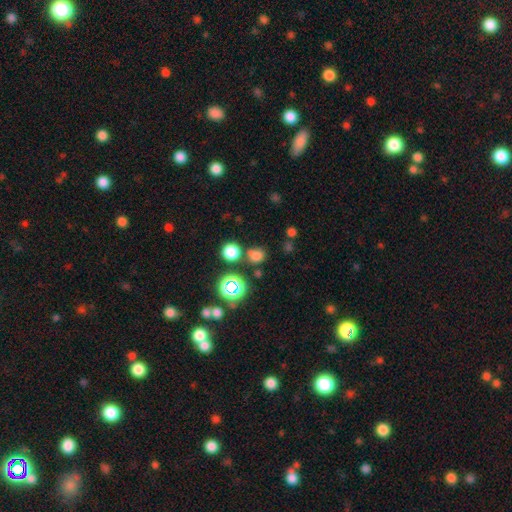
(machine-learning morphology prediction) A smooth galaxy with no disk features (69%) that is round (77%). Merging: none (69%).